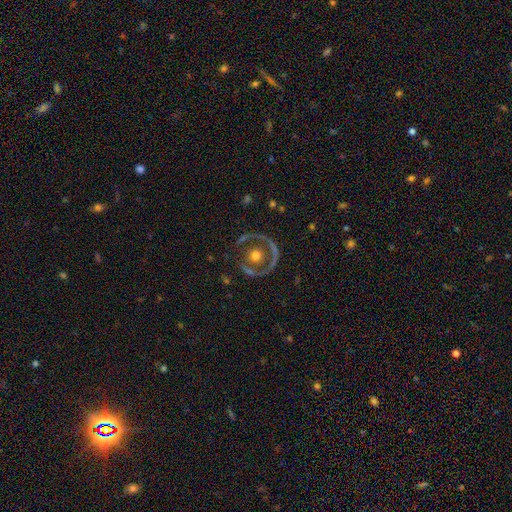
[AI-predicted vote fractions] A featured or disk galaxy (59%) with no bar (90%), no spiral arms (83%) and a moderate central bulge (68%). Merging: none (72%).